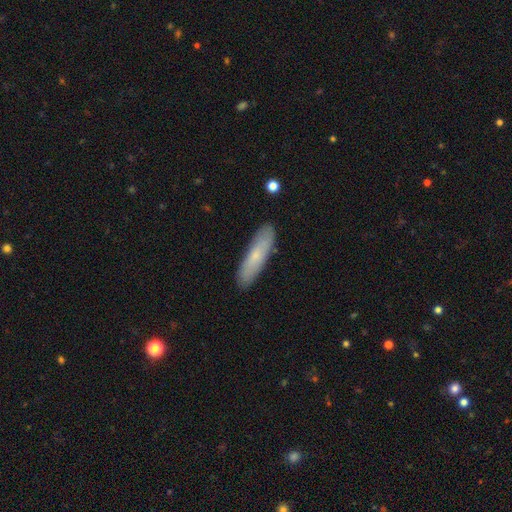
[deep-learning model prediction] Smooth or featured? smooth (67%)
How rounded? cigar-shaped (75%)
Merging? none (88%)